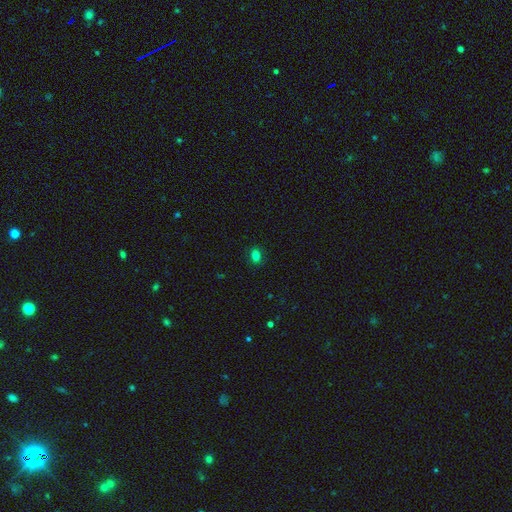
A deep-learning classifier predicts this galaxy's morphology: Smooth or featured? smooth (82%)
How rounded? in between (75%)
Merging? none (89%)